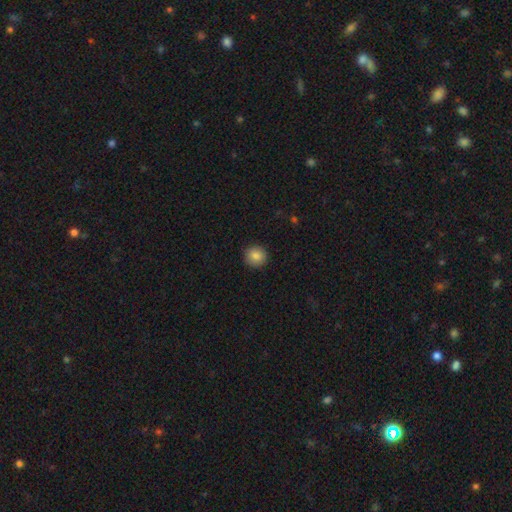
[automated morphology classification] smooth 84%, star or artifact 9%, featured or disk 7%. Down the decision tree: how rounded — round (92%); merging — none (91%).